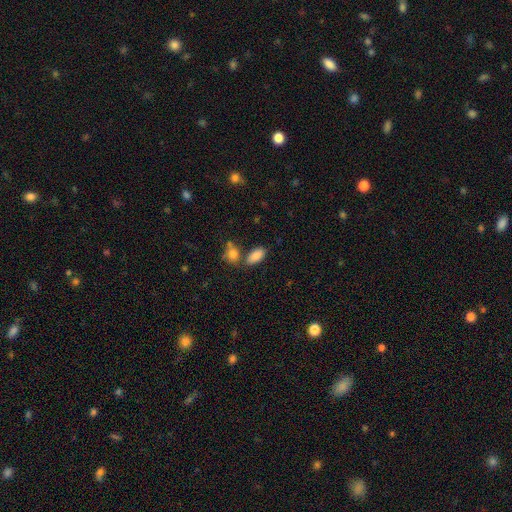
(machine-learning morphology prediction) This is clearly a smooth galaxy (87%). How rounded: clearly in between (92%). Merging: likely none (67%).